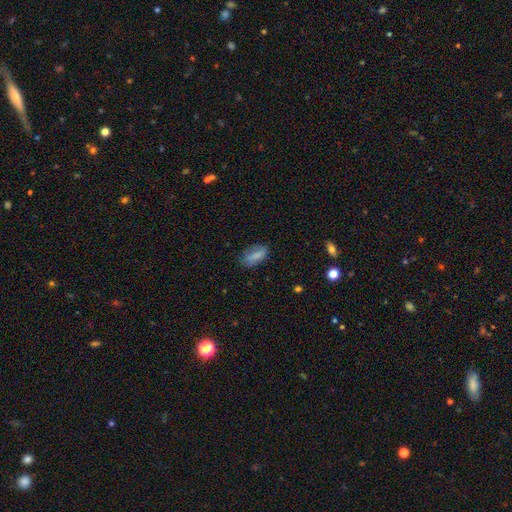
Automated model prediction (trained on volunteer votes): smooth 81%, featured or disk 11%, star or artifact 8%. Down the decision tree: how rounded — in between (86%); merging — none (68%).